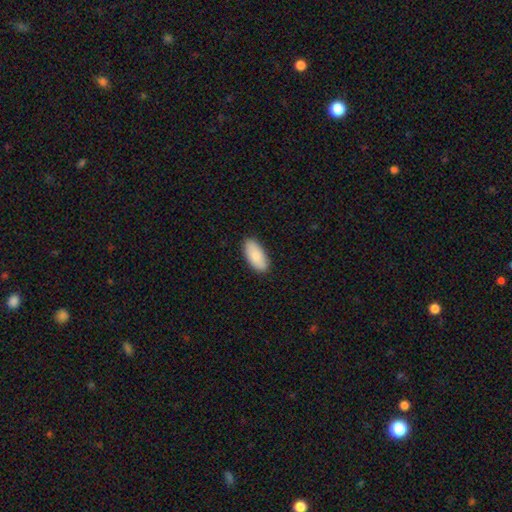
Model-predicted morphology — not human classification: A smooth galaxy with no disk features (85%) that is in between round and cigar-shaped (91%).

Vote fractions:
- Smooth or featured? smooth: 85% / featured or disk: 9% / star or artifact: 6%
- How rounded? in between: 91% / cigar-shaped: 7% / round: 2%
- Merging? none: 86% / minor disturbance: 11% / major disturbance: 2% / merger: 1%